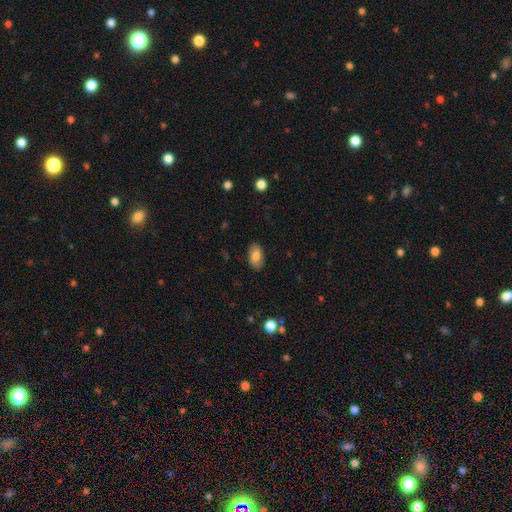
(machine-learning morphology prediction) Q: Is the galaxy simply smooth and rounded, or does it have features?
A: smooth — 77%.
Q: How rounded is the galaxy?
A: in between — 92%.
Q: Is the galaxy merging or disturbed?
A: none — 85%.